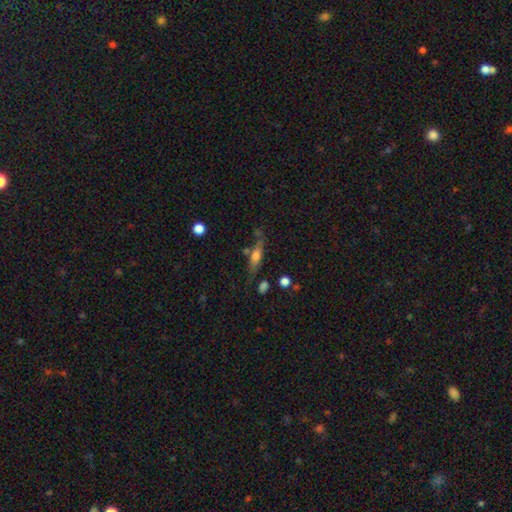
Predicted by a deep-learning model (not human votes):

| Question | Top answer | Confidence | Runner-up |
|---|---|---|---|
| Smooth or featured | featured or disk | 46% | tied: smooth (46%) |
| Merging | none | 64% | minor disturbance (19%) |